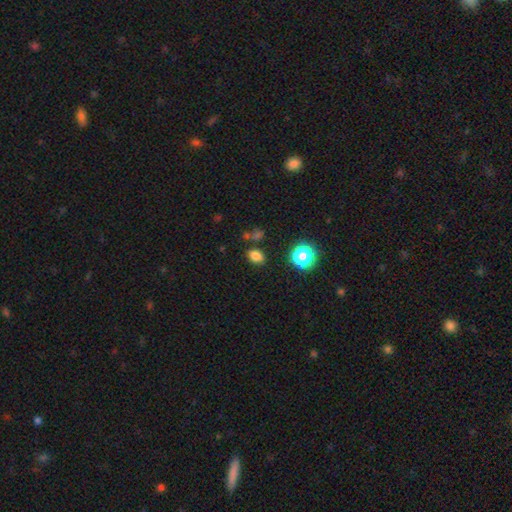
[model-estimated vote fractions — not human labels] smooth_or_featured: smooth (p=0.78) [alt: star or artifact p=0.16]
how_rounded: in between (p=0.66) [alt: round p=0.33]
merging: none (p=0.79) [alt: minor disturbance p=0.11]